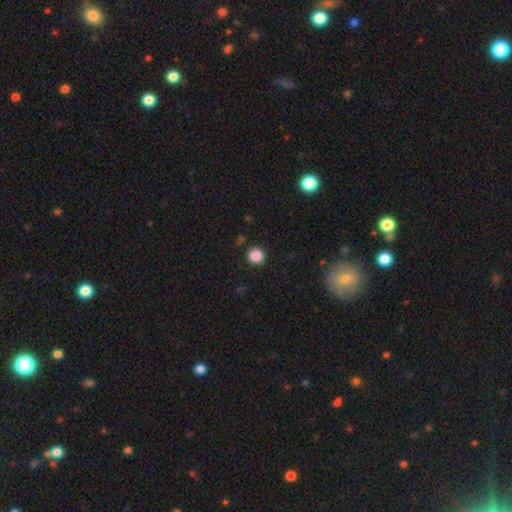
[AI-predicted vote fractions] Smooth or featured?
  - smooth: 86% *
  - star or artifact: 11%
  - featured or disk: 4%
How rounded?
  - round: 94% *
  - in between: 5%
  - cigar-shaped: 1%
Merging?
  - none: 91% *
  - minor disturbance: 6%
  - major disturbance: 2%
  - merger: 2%